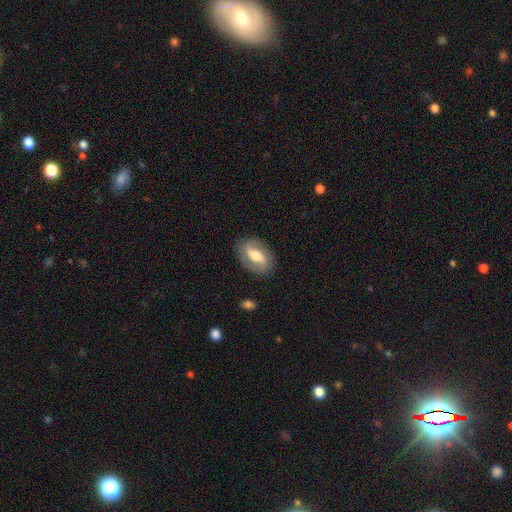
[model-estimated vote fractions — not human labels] Smooth or featured: featured or disk — 67% (smooth — 27%)
Edge-on disk: no — 95% (yes — 5%)
Bar: weak — 40% (strong — 38%)
Spiral arms: yes — 83% (no — 17%)
Spiral winding: medium — 43% (tight — 29%)
Spiral arm count: 2 — 86% (can't tell — 7%)
Bulge size: moderate — 62% (small — 18%)
Merging: none — 83% (minor disturbance — 12%)